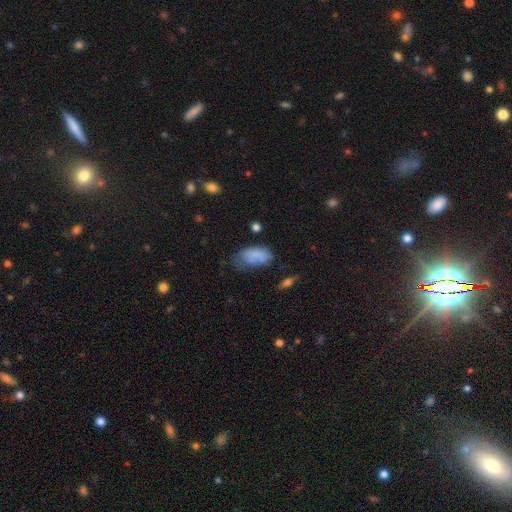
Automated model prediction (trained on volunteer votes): Smooth or featured: smooth — 79% (featured or disk — 11%)
How rounded: in between — 93% (round — 4%)
Merging: none — 42% (minor disturbance — 36%)